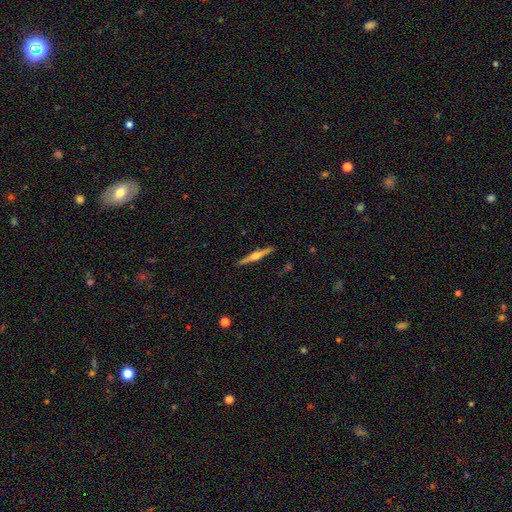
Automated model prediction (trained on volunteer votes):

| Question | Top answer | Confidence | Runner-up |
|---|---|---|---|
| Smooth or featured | featured or disk | 75% | smooth (19%) |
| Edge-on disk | yes | 98% | no (2%) |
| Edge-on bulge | rounded | 87% | boxy (8%) |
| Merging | none | 92% | minor disturbance (6%) |